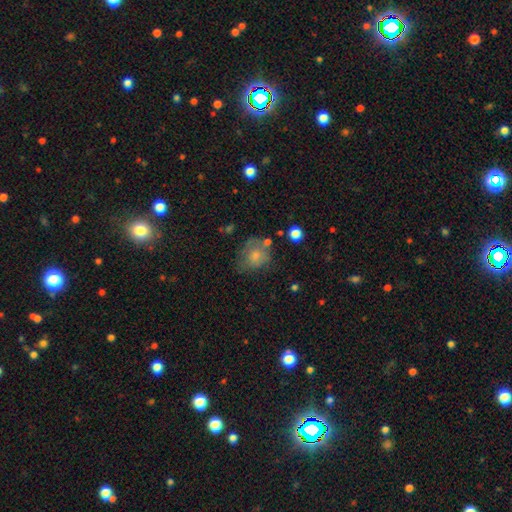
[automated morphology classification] Smooth or featured?
  - smooth: 68% *
  - featured or disk: 22%
  - star or artifact: 10%
How rounded?
  - round: 67% *
  - in between: 32%
  - cigar-shaped: 1%
Merging?
  - none: 45% *
  - minor disturbance: 28%
  - major disturbance: 20%
  - merger: 8%